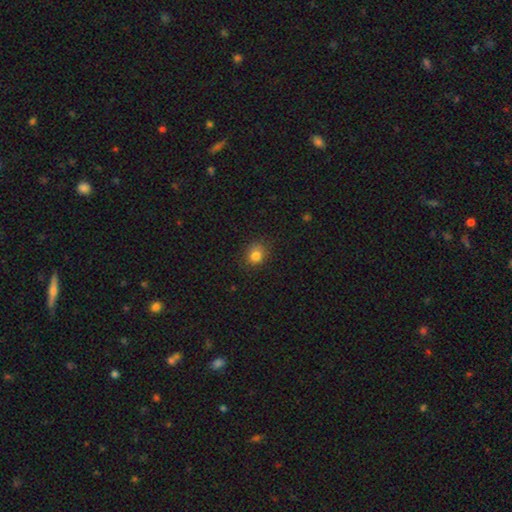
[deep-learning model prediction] This appears to be a smooth galaxy with no disk features (83%) that is round (70%). Merging: none (82%).